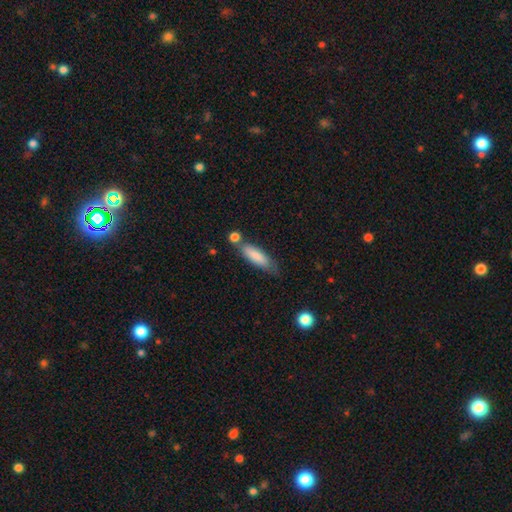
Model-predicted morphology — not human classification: smooth-or-featured: smooth: 82% | featured or disk: 12% | star or artifact: 6%
  how-rounded: cigar-shaped: 56% | in between: 42% | round: 2%
  merging: none: 58% | minor disturbance: 19% | merger: 17% | major disturbance: 5%